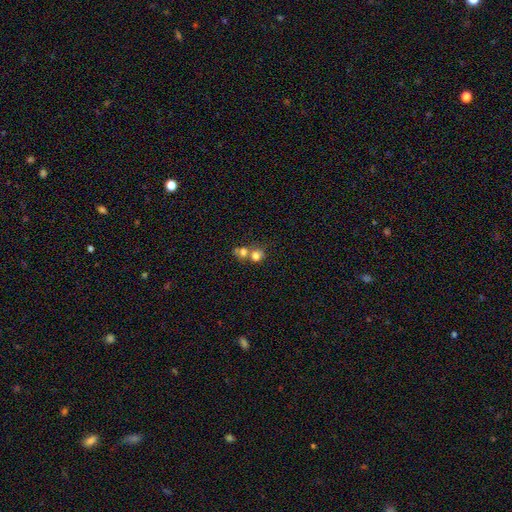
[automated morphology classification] This is likely a smooth galaxy (75%). How rounded: likely round (78%). Merging: possibly merger (56%).